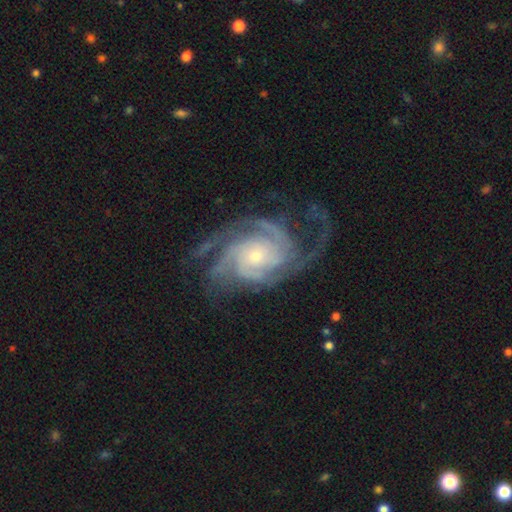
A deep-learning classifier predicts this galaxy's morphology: Smooth or featured: featured or disk — 92% (star or artifact — 4%)
Edge-on disk: no — 98% (yes — 2%)
Bar: no — 72% (weak — 22%)
Spiral arms: yes — 98% (no — 2%)
Spiral winding: tight — 55% (medium — 38%)
Spiral arm count: 3 — 32% (4 — 29%)
Bulge size: small — 65% (moderate — 29%)
Merging: none — 65% (minor disturbance — 17%)